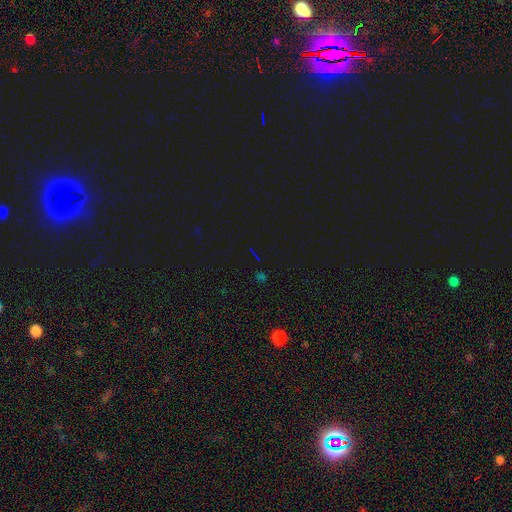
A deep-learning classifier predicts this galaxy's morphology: type=star or artifact (74%).